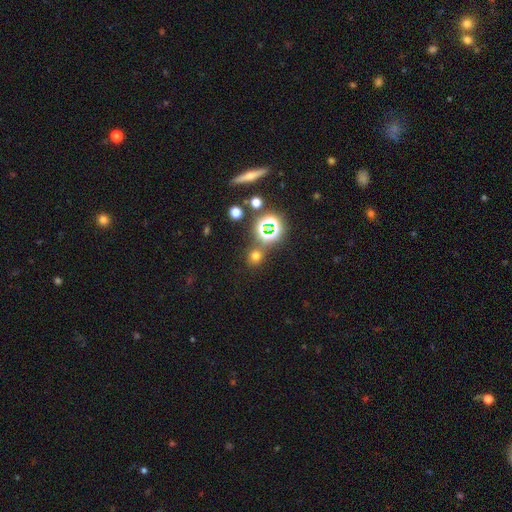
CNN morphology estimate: smooth-or-featured: smooth: 59% | star or artifact: 34% | featured or disk: 7%
  how-rounded: round: 85% | in between: 14% | cigar-shaped: 1%
  merging: none: 77% | merger: 11% | minor disturbance: 8% | major disturbance: 4%